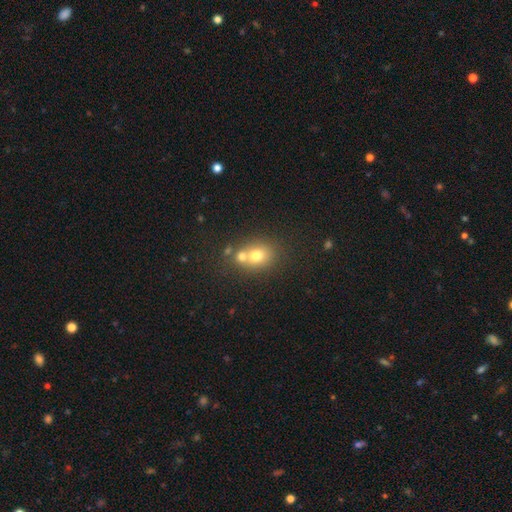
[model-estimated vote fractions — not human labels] Smooth or featured?
  - smooth: 72% *
  - featured or disk: 16%
  - star or artifact: 12%
How rounded?
  - round: 58% *
  - in between: 41%
  - cigar-shaped: 1%
Merging?
  - merger: 50% *
  - none: 39%
  - minor disturbance: 8%
  - major disturbance: 3%